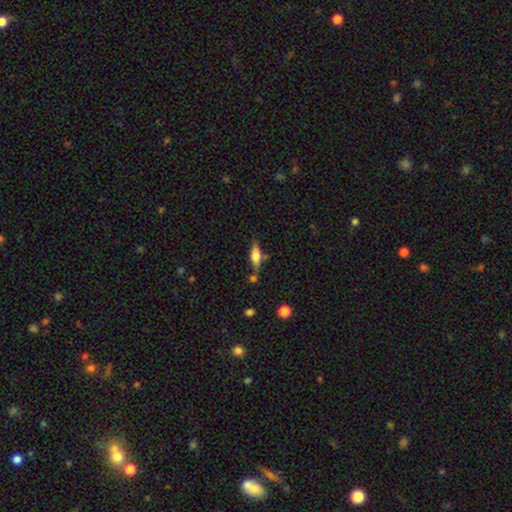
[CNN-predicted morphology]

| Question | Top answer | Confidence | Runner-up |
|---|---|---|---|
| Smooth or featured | smooth | 55% | featured or disk (37%) |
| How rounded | in between | 51% | cigar-shaped (46%) |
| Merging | none | 67% | minor disturbance (17%) |